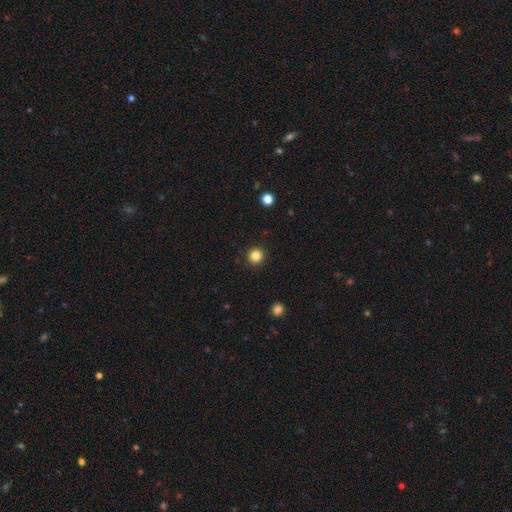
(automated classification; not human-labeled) Morphology: type=smooth (84%); roundness=round (95%); merging=none (92%).